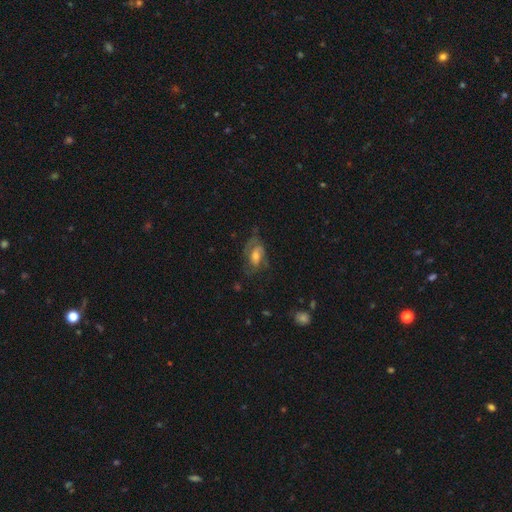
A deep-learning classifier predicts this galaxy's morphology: smooth_or_featured: featured or disk (p=0.66) [alt: smooth p=0.24]
disk_edge_on: no (p=0.94) [alt: yes p=0.06]
bar: no (p=0.53) [alt: weak p=0.37]
has_spiral_arms: yes (p=0.81) [alt: no p=0.19]
spiral_winding: medium (p=0.45) [alt: tight p=0.37]
spiral_arm_count: 2 (p=0.54) [alt: can't tell p=0.26]
bulge_size: moderate (p=0.56) [alt: small p=0.24]
merging: none (p=0.56) [alt: minor disturbance p=0.23]